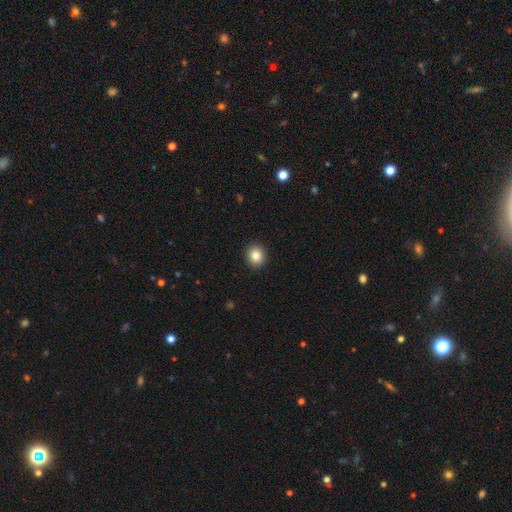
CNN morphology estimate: smooth 84%, star or artifact 10%, featured or disk 6%. Down the decision tree: how rounded — round (83%); merging — none (93%).